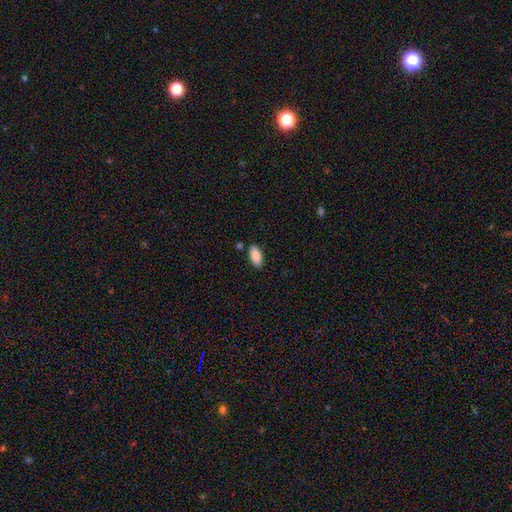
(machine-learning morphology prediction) Smooth or featured: smooth — 88% (star or artifact — 7%)
How rounded: in between — 87% (cigar-shaped — 11%)
Merging: none — 84% (minor disturbance — 10%)